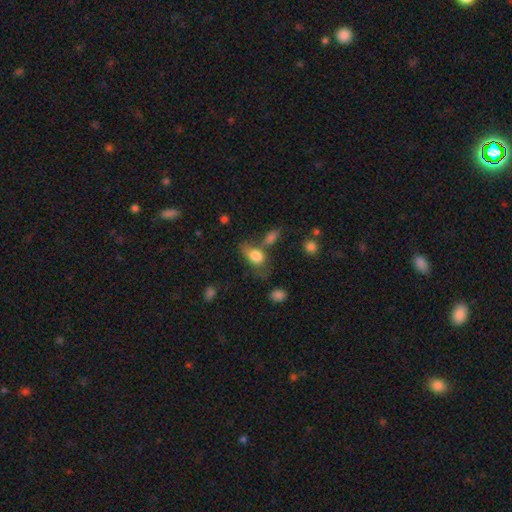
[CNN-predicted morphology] The model was most divided on "merging": none: 37%, merger: 25%, minor disturbance: 22%, major disturbance: 16%. More confident: how rounded — in between (82%); smooth or featured — smooth (77%).